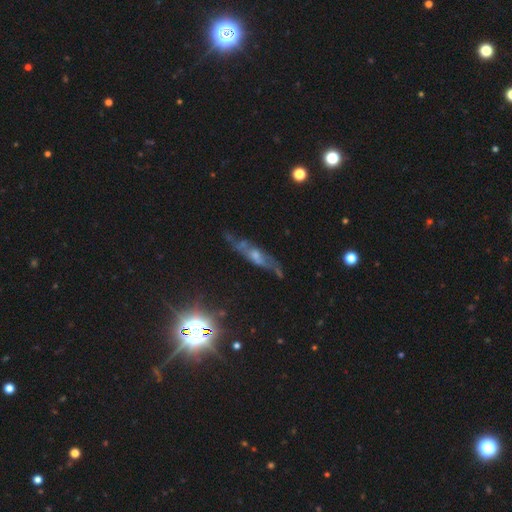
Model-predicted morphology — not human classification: Smooth or featured?
  - featured or disk: 62% *
  - smooth: 23%
  - star or artifact: 16%
Edge-on disk?
  - yes: 53% *
  - no: 47%
Merging?
  - none: 63% *
  - minor disturbance: 22%
  - major disturbance: 10%
  - merger: 4%